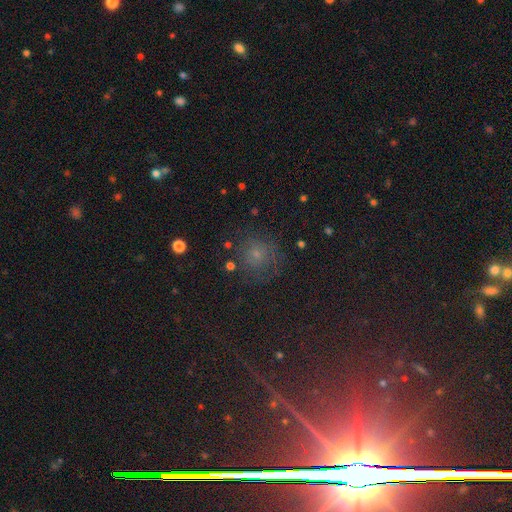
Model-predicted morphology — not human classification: smooth_or_featured: smooth (p=0.43) [alt: star or artifact p=0.38]
merging: none (p=0.74) [alt: minor disturbance p=0.15]